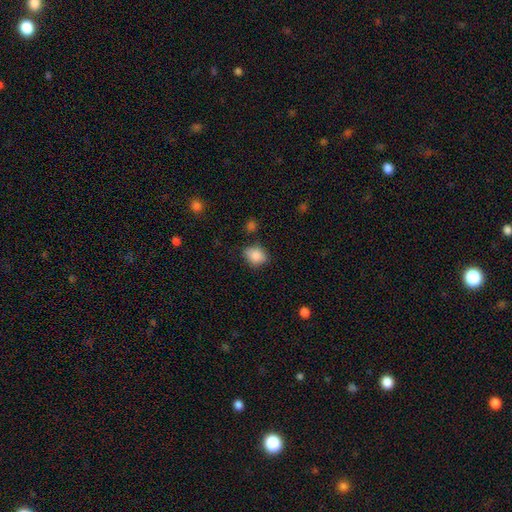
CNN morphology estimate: type=smooth (86%); roundness=round (52%); merging=none (74%).